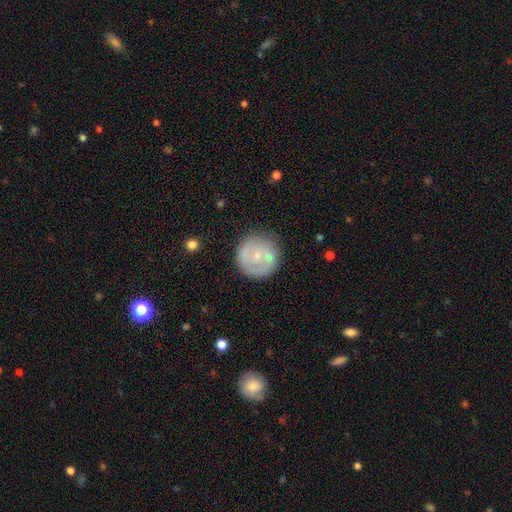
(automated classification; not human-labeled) A featured or disk galaxy (47%). Merging: none (72%).